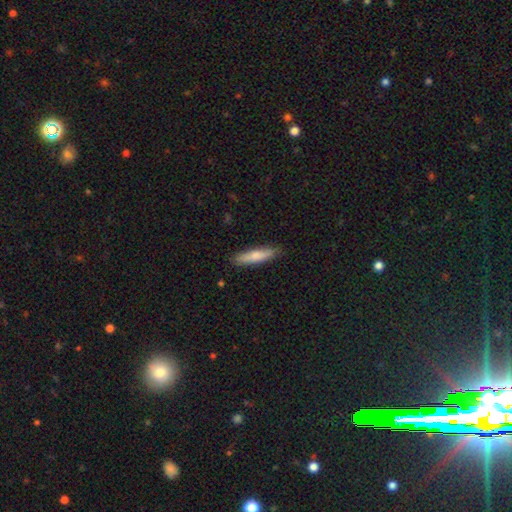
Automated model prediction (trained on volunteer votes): A smooth galaxy with no disk features (75%) that is cigar-shaped (81%). Merging: none (87%).